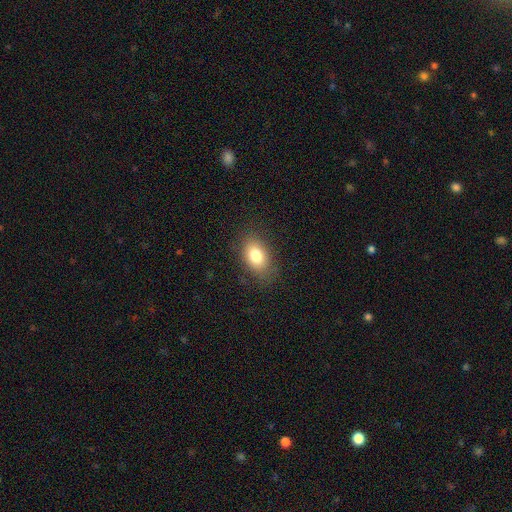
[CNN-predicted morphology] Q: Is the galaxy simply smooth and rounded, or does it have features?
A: smooth — 80%.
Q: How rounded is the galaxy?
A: in between — 85%.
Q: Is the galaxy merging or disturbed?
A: none — 82%.